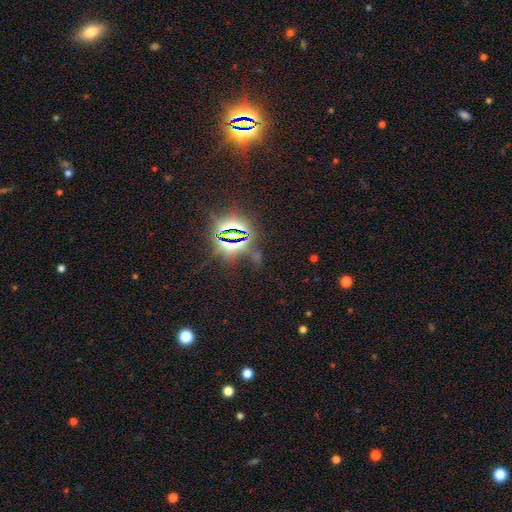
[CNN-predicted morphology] This appears to be a star or artifact, not a galaxy (82%).